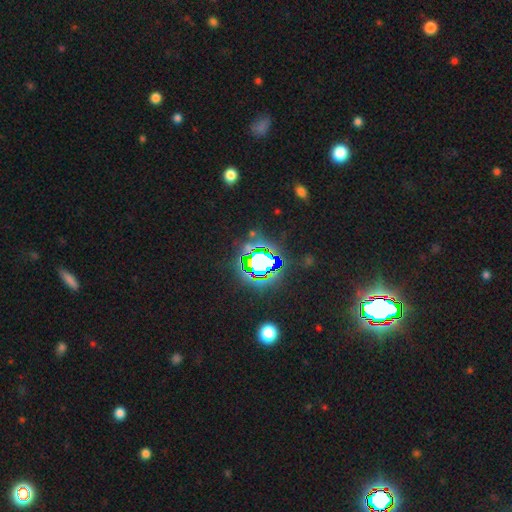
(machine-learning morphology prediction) smooth_or_featured: star or artifact (p=0.72) [alt: smooth p=0.16]